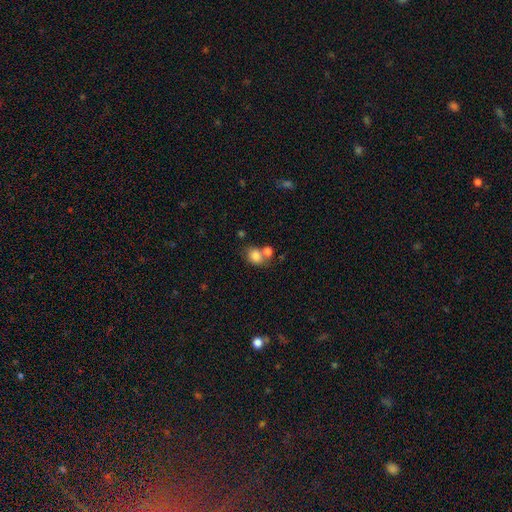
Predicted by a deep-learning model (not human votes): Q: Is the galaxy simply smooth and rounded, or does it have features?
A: smooth — 82%.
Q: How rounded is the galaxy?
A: in between — 51%.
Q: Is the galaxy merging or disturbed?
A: none — 47%.